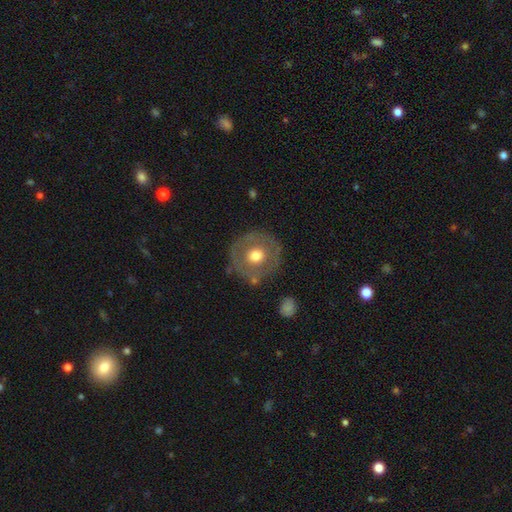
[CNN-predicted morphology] type=smooth (50%); roundness=round (93%); merging=none (79%).